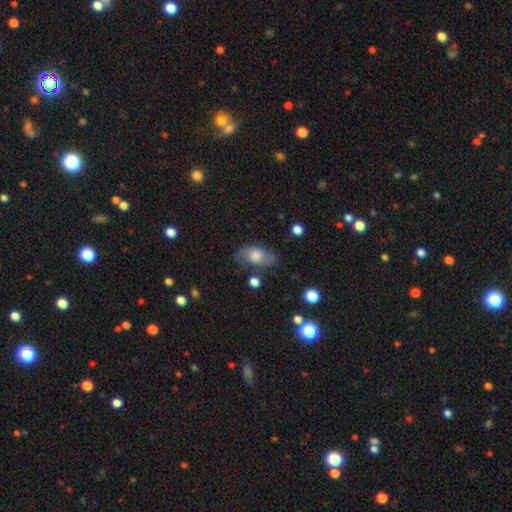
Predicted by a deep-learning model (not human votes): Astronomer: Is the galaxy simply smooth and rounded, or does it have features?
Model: smooth — 48% (runner-up: featured or disk, 43%).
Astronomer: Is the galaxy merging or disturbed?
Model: none — 66%.